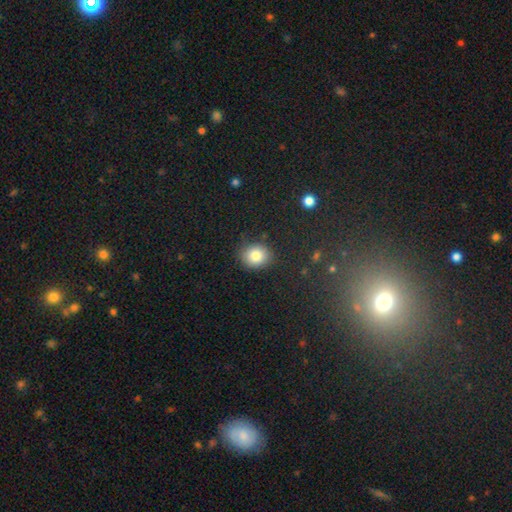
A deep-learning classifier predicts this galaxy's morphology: smooth 83%, star or artifact 10%, featured or disk 7%. Down the decision tree: how rounded — round (68%); merging — none (83%).